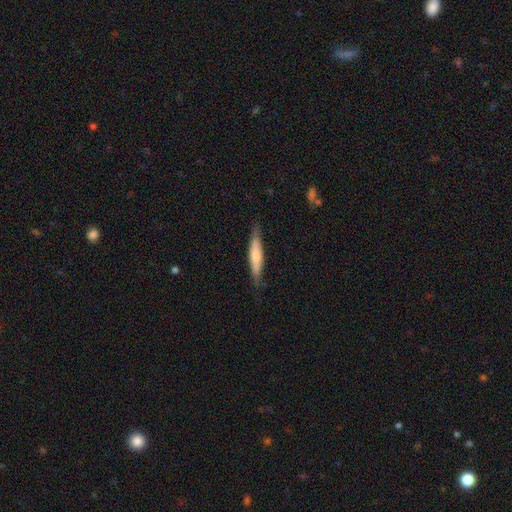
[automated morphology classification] This is likely a smooth galaxy (60%). How rounded: clearly cigar-shaped (87%). Merging: clearly none (81%).